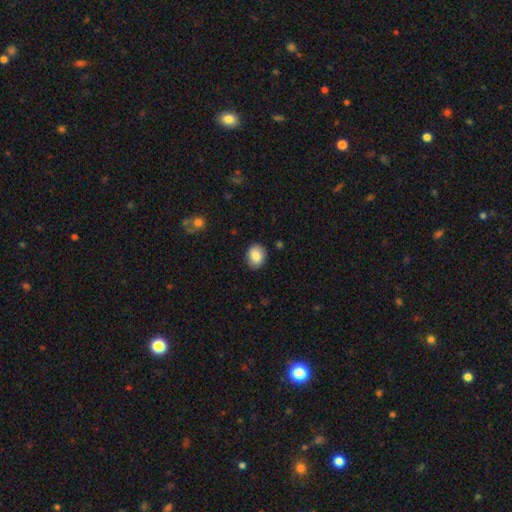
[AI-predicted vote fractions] Q: Smooth or featured?
A: smooth (86%); runner-up: star or artifact (8%)
Q: How rounded?
A: in between (54%); runner-up: round (45%)
Q: Merging?
A: none (87%); runner-up: minor disturbance (10%)